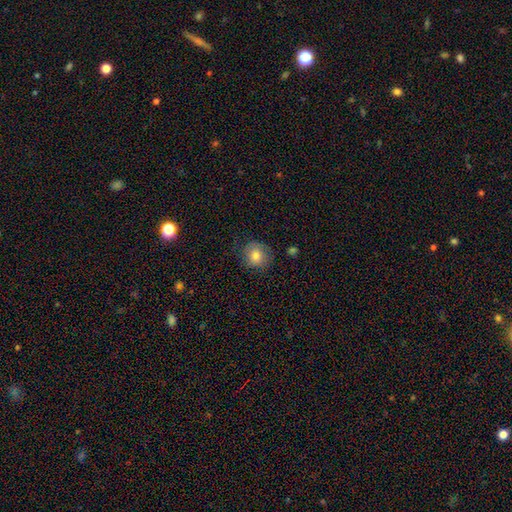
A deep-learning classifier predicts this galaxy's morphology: A smooth galaxy with no disk features (80%) that is round (84%). Merging: none (77%).